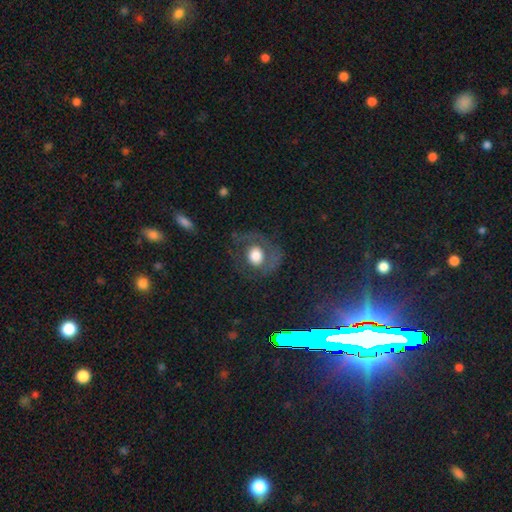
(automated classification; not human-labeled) smooth_or_featured: smooth (p=0.52) [alt: featured or disk p=0.36]
how_rounded: round (p=0.77) [alt: in between p=0.22]
merging: none (p=0.62) [alt: major disturbance p=0.19]